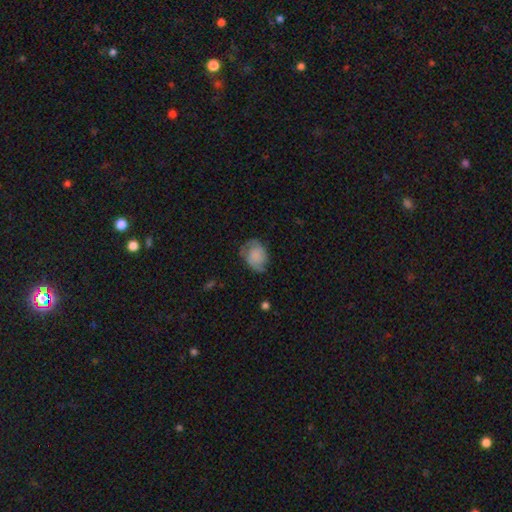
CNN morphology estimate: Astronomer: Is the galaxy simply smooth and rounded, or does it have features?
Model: smooth — 46% (runner-up: featured or disk, 45%).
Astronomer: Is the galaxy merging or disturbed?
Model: none — 58%.